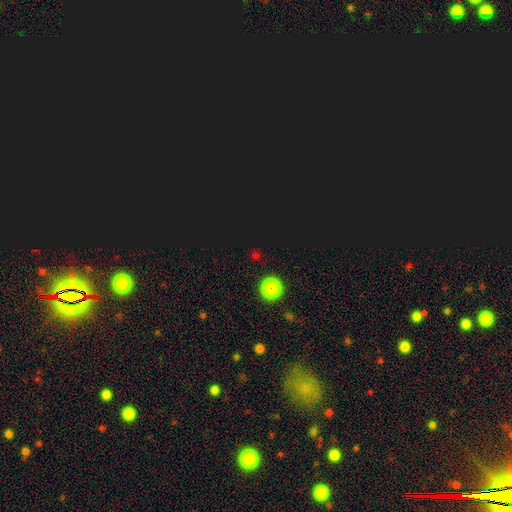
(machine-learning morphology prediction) Q: Smooth or featured?
A: star or artifact (69%); runner-up: smooth (25%)